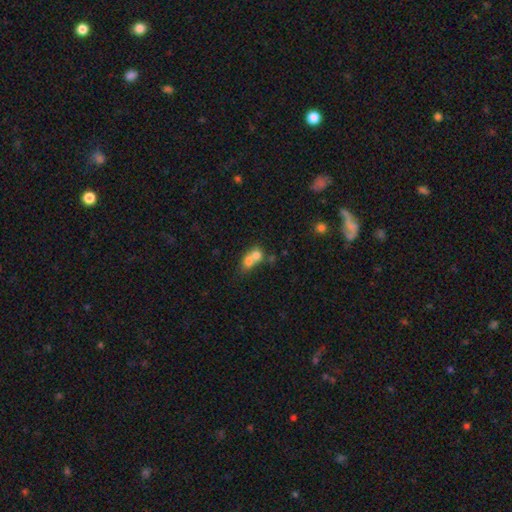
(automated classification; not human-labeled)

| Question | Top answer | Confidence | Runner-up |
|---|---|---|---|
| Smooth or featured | smooth | 70% | featured or disk (20%) |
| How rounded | round | 63% | in between (36%) |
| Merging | merger | 73% | none (20%) |